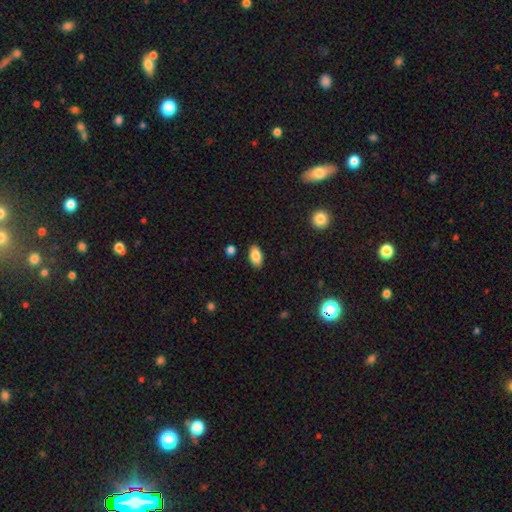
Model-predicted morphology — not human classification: This appears to be a smooth galaxy with no disk features (85%) that is in between round and cigar-shaped (93%). Merging: none (88%).